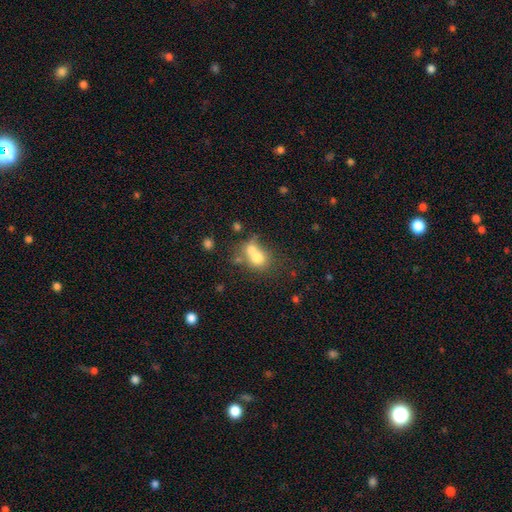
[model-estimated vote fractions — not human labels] Q: Smooth or featured?
A: smooth (69%); runner-up: featured or disk (19%)
Q: How rounded?
A: round (67%); runner-up: in between (32%)
Q: Merging?
A: merger (60%); runner-up: none (26%)